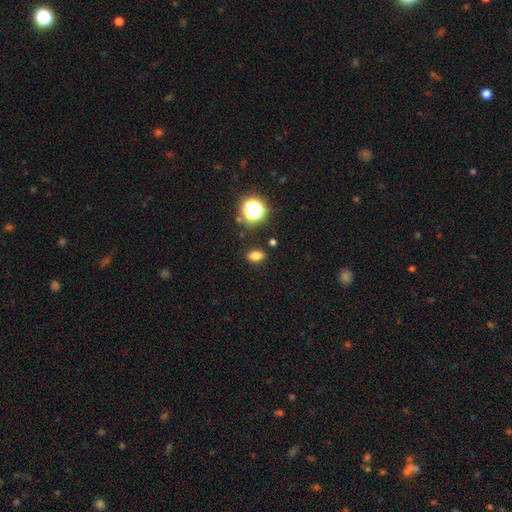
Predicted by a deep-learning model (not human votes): Q: Smooth or featured?
A: smooth (78%); runner-up: star or artifact (16%)
Q: How rounded?
A: in between (77%); runner-up: round (21%)
Q: Merging?
A: none (86%); runner-up: minor disturbance (9%)